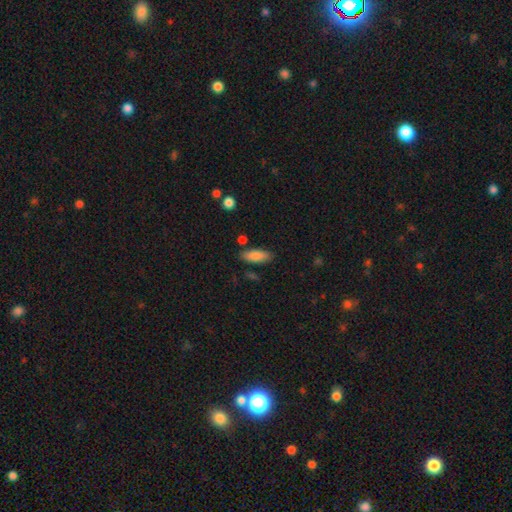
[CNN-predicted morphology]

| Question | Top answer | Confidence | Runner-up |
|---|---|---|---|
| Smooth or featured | smooth | 85% | featured or disk (8%) |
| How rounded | in between | 72% | cigar-shaped (26%) |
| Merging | none | 81% | minor disturbance (12%) |